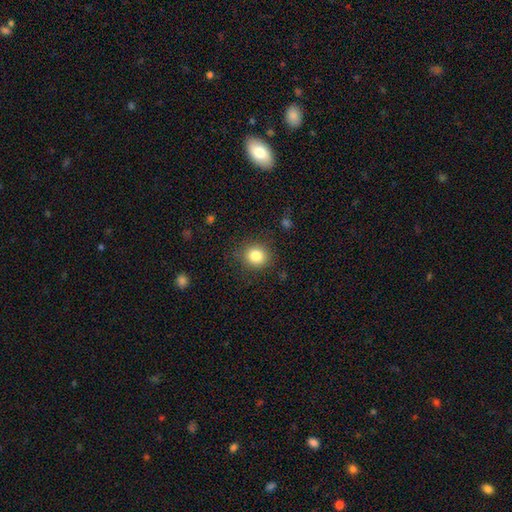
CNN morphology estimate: smooth 82%, star or artifact 11%, featured or disk 7%. Down the decision tree: how rounded — round (84%); merging — none (86%).